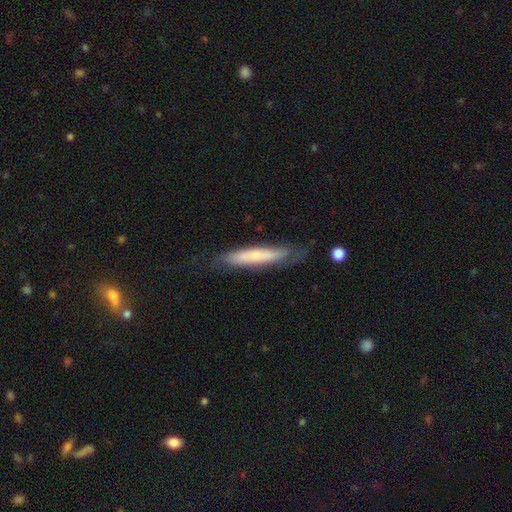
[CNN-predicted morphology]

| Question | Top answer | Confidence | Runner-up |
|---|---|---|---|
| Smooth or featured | smooth | 52% | featured or disk (41%) |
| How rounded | cigar-shaped | 87% | in between (12%) |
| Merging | none | 69% | minor disturbance (21%) |